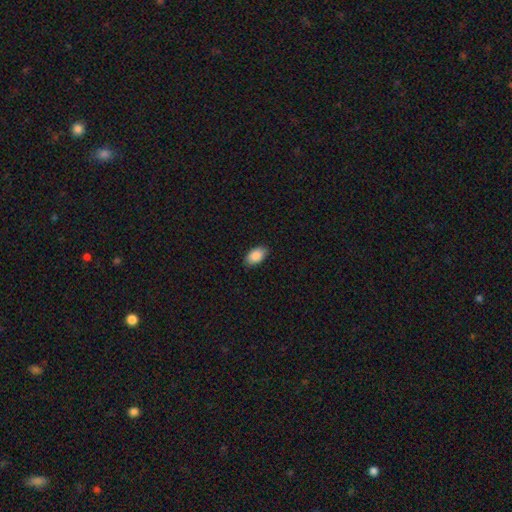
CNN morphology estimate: Smooth or featured: smooth — 88% (star or artifact — 7%)
How rounded: in between — 93% (round — 5%)
Merging: none — 89% (minor disturbance — 9%)